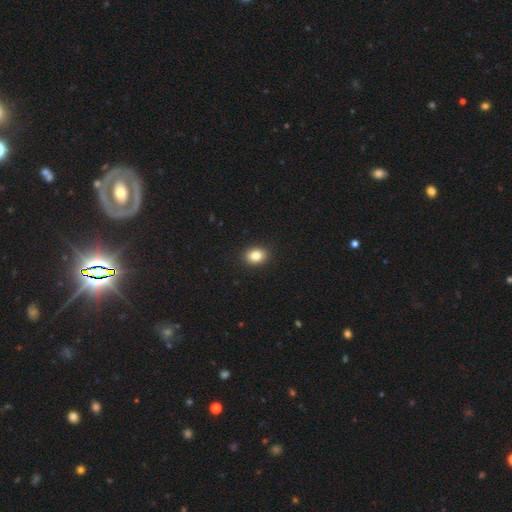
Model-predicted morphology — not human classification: This is clearly a smooth galaxy (85%). How rounded: likely in between (63%). Merging: clearly none (91%).